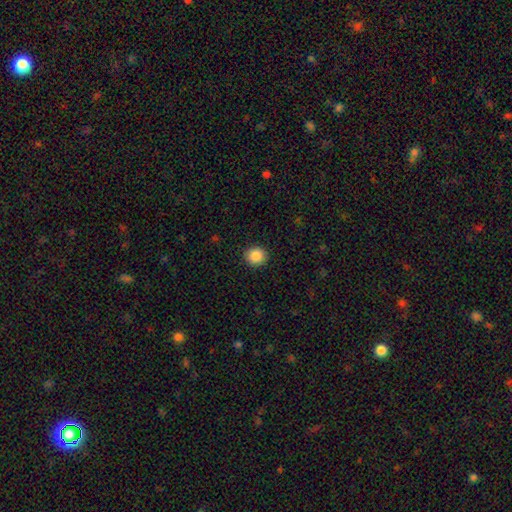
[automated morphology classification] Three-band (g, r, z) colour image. It shows a smooth galaxy with no disk features (87%) that is round (88%). Merging: none (92%).